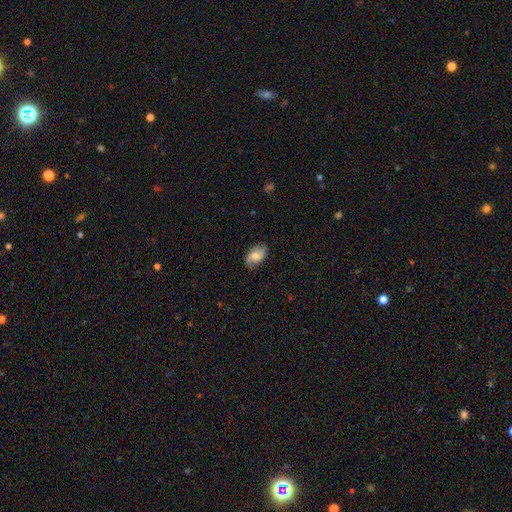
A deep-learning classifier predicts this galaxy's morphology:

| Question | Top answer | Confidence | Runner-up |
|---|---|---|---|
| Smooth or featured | smooth | 53% | featured or disk (39%) |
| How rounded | in between | 90% | round (8%) |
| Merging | none | 78% | minor disturbance (18%) |